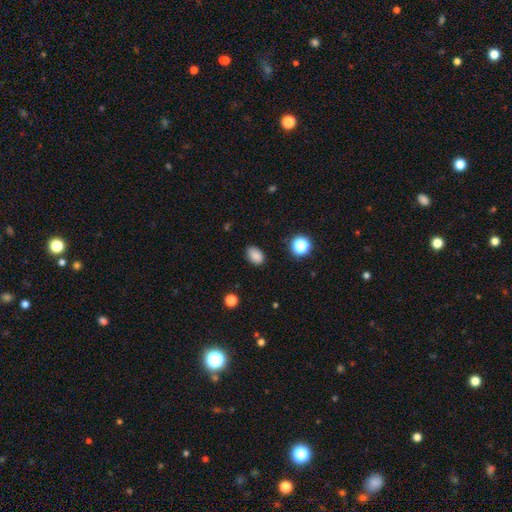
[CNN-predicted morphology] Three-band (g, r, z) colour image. It shows a smooth galaxy with no disk features (84%) that is in between round and cigar-shaped (82%). Merging: none (83%).